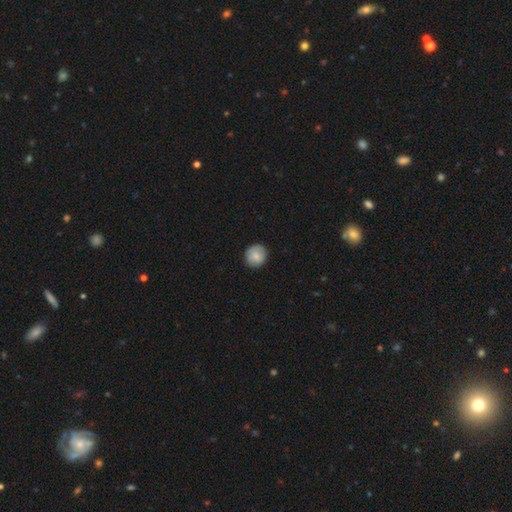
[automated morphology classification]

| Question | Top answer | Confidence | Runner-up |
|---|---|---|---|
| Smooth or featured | smooth | 80% | featured or disk (13%) |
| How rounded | round | 89% | in between (10%) |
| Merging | none | 86% | minor disturbance (11%) |